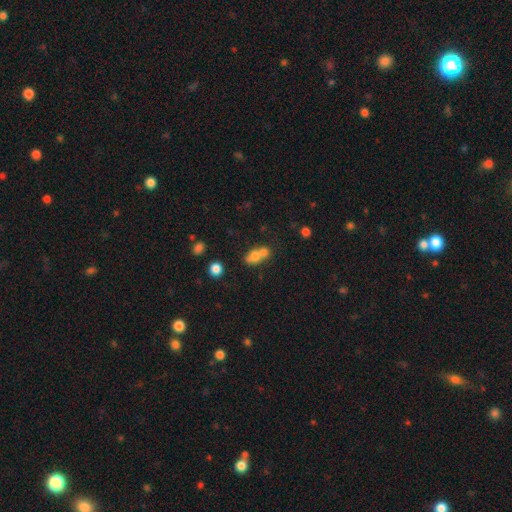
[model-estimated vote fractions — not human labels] A smooth galaxy with no disk features (70%) that is round (49%, tied with in between). Merging: merger (63%).